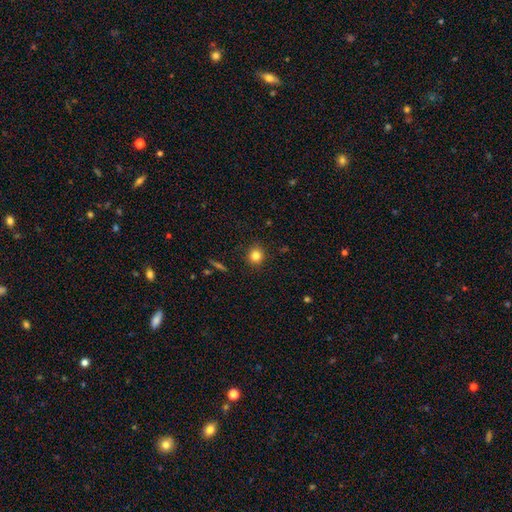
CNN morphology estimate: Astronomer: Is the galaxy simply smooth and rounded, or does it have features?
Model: smooth — 82%.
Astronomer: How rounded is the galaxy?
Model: round — 88%.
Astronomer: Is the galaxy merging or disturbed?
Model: none — 91%.